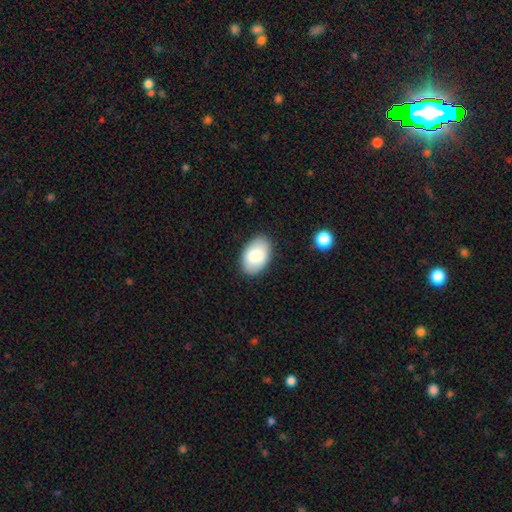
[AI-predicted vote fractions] smooth_or_featured: smooth (p=0.83) [alt: featured or disk p=0.11]
how_rounded: in between (p=0.92) [alt: round p=0.07]
merging: none (p=0.87) [alt: minor disturbance p=0.10]